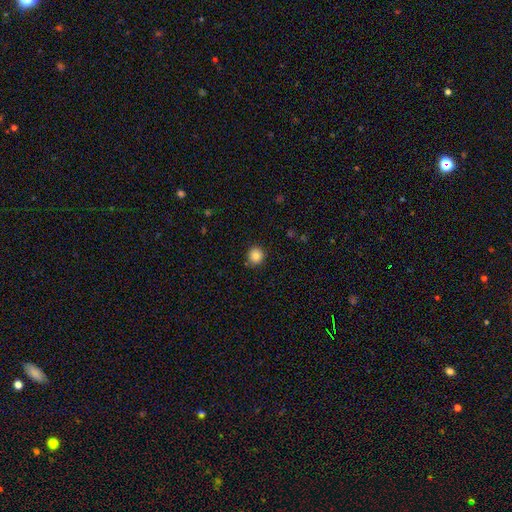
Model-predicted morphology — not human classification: Q: Smooth or featured?
A: smooth (84%); runner-up: star or artifact (10%)
Q: How rounded?
A: round (92%); runner-up: in between (7%)
Q: Merging?
A: none (88%); runner-up: minor disturbance (8%)